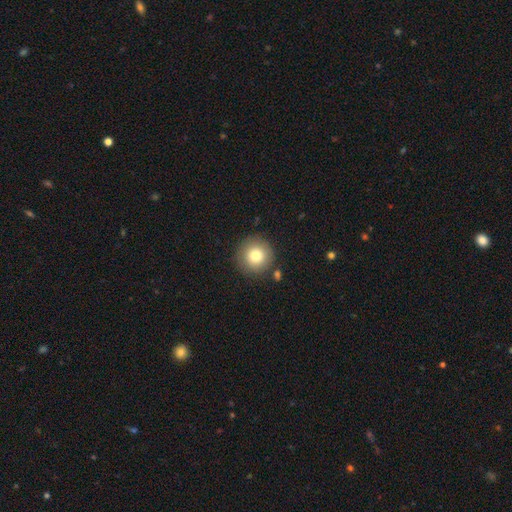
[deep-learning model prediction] smooth_or_featured: smooth (p=0.79) [alt: featured or disk p=0.11]
how_rounded: round (p=0.95) [alt: in between p=0.04]
merging: none (p=0.85) [alt: minor disturbance p=0.08]